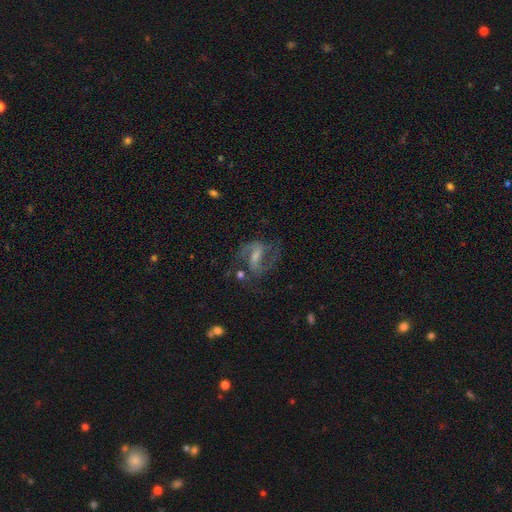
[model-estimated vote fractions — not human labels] smooth-or-featured: featured or disk: 82% | star or artifact: 9% | smooth: 9%
  disk-edge-on: no: 96% | yes: 4%
    bar: weak: 44% | strong: 42% | no: 15%
    has-spiral-arms: yes: 94% | no: 6%
      spiral-winding: medium: 57% | loose: 28% | tight: 16%
      spiral-arm-count: 2: 88% | can't tell: 5% | 1: 3% | 3: 2% | 4: 1% | more than 4: 1%
    bulge-size: small: 44% | moderate: 34% | none: 15% | large: 6% | dominant: 1%
  merging: none: 69% | minor disturbance: 15% | major disturbance: 12% | merger: 3%